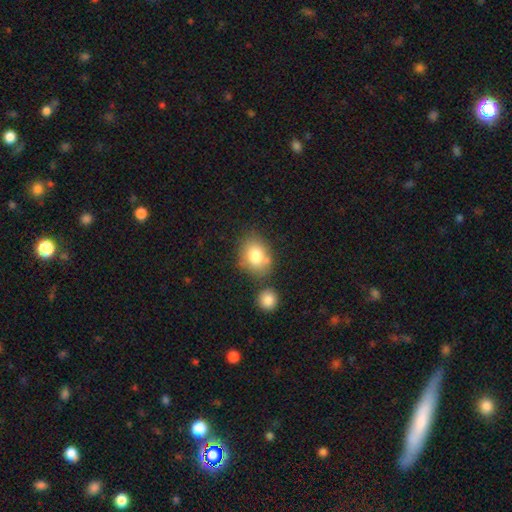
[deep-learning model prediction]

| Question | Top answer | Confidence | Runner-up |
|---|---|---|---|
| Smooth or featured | smooth | 78% | featured or disk (13%) |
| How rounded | in between | 53% | round (46%) |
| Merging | none | 59% | merger (19%) |